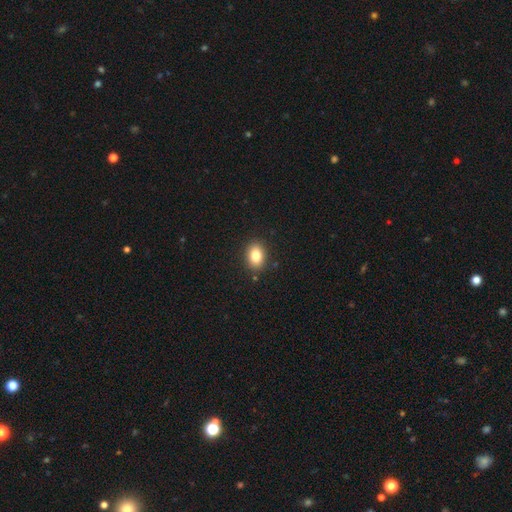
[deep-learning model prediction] Smooth or featured? Predicted: smooth (p=0.83). How rounded? Predicted: in between (p=0.69). Merging? Predicted: none (p=0.88).